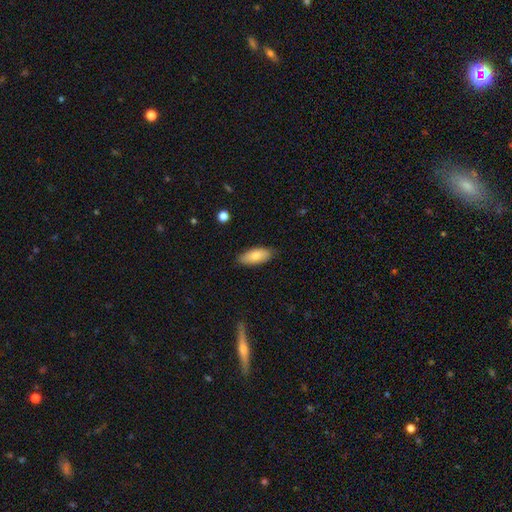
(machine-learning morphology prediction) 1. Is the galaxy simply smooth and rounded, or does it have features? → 79% smooth, 15% featured or disk, 6% star or artifact.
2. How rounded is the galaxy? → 86% in between, 11% cigar-shaped, 2% round.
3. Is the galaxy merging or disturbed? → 84% none, 13% minor disturbance, 2% major disturbance, 1% merger.